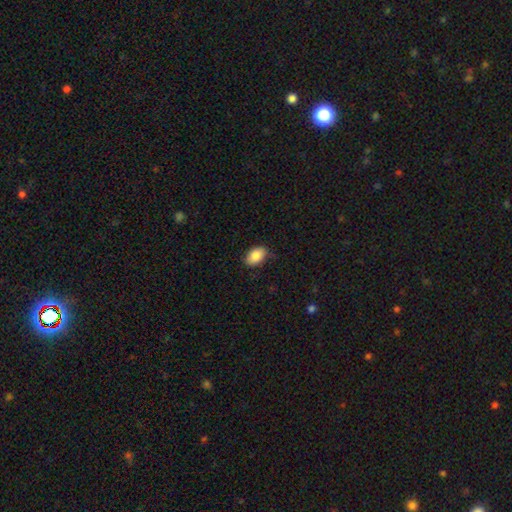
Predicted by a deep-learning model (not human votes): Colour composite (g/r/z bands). It shows a smooth galaxy with no disk features (87%) that is in between round and cigar-shaped (87%). Merging: none (80%).